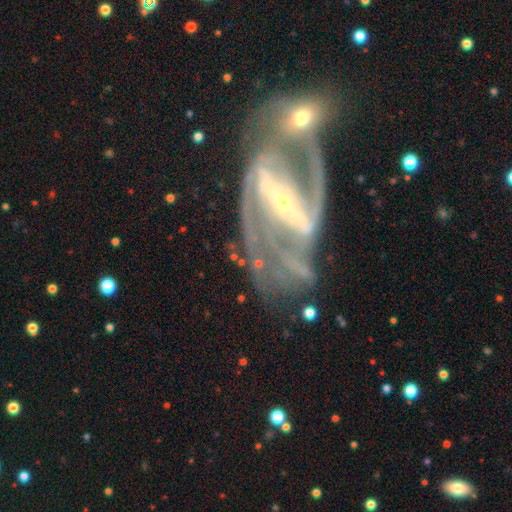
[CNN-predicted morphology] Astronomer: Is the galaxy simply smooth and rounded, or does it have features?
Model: featured or disk — 89%.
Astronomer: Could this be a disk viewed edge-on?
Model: no — 94%.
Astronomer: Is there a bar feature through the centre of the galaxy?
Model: strong — 75%.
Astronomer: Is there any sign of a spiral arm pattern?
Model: yes — 92%.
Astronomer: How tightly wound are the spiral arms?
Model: medium — 45% (runner-up: loose, 28%).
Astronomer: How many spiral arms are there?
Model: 2 — 74%.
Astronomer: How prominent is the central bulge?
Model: small — 81%.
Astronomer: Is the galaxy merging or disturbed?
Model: merger — 34% (runner-up: none, 32%).